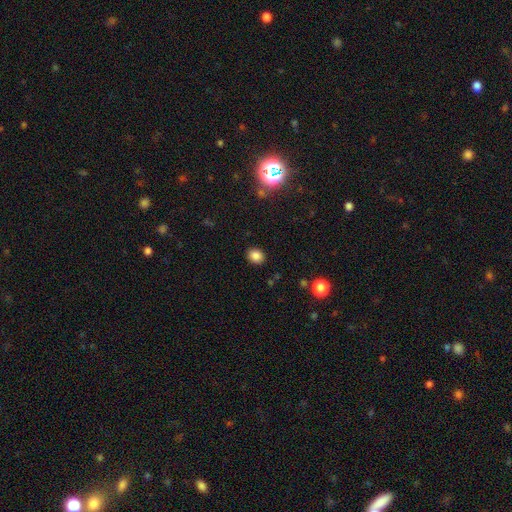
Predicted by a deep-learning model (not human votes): A smooth galaxy with no disk features (84%) that is round (64%). Merging: none (90%).